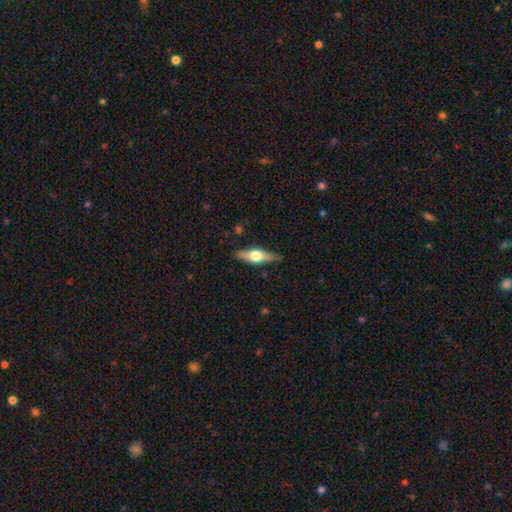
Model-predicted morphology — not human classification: Smooth or featured: featured or disk — 58% (smooth — 36%)
Edge-on disk: yes — 93% (no — 7%)
Edge-on bulge: rounded — 95% (boxy — 4%)
Merging: none — 85% (minor disturbance — 12%)